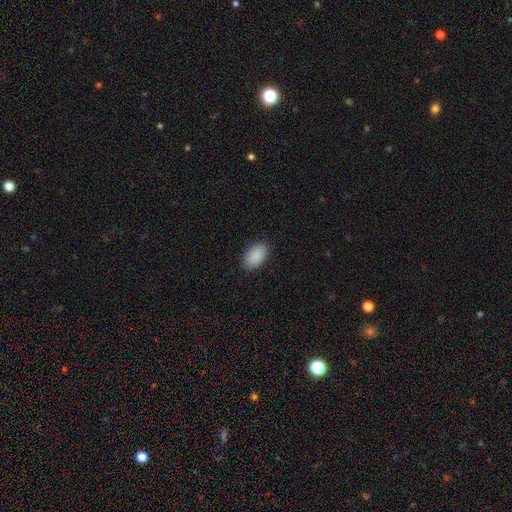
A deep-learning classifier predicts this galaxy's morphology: Smooth or featured?
  - smooth: 91% *
  - star or artifact: 6%
  - featured or disk: 3%
How rounded?
  - in between: 93% *
  - round: 6%
  - cigar-shaped: 1%
Merging?
  - none: 88% *
  - minor disturbance: 9%
  - major disturbance: 2%
  - merger: 1%